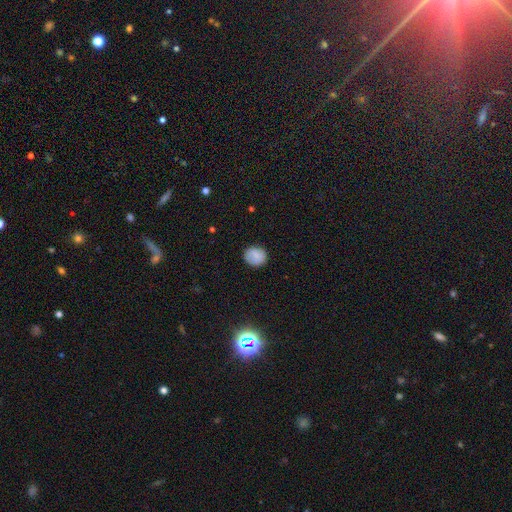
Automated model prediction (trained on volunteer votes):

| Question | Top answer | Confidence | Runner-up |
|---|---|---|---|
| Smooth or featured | smooth | 82% | star or artifact (9%) |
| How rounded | round | 76% | in between (23%) |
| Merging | none | 85% | minor disturbance (11%) |